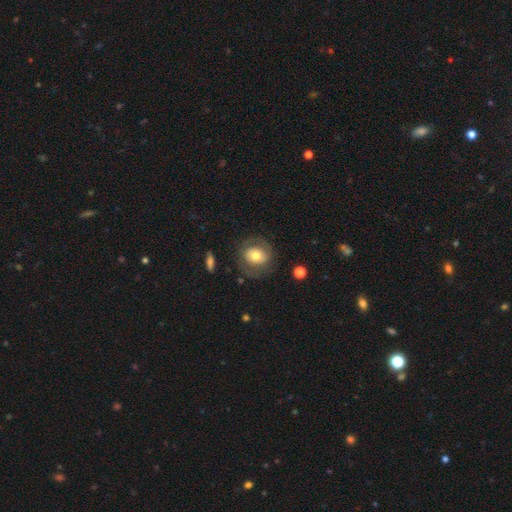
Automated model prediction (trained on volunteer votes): Smooth or featured: smooth — 55% (featured or disk — 37%)
How rounded: round — 70% (in between — 29%)
Merging: none — 73% (minor disturbance — 15%)